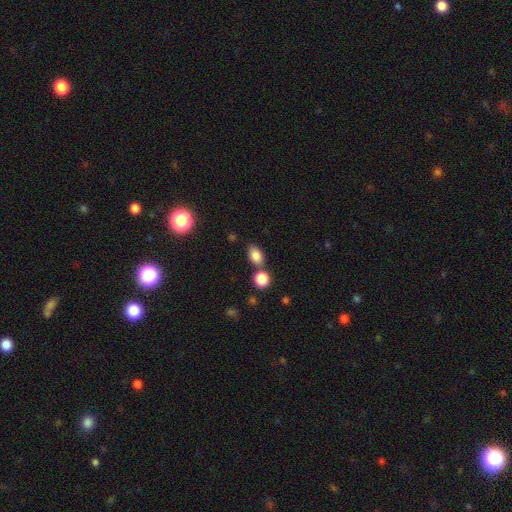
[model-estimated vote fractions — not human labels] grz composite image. It shows a smooth galaxy with no disk features (83%) that is in between round and cigar-shaped (82%). Merging: none (69%).